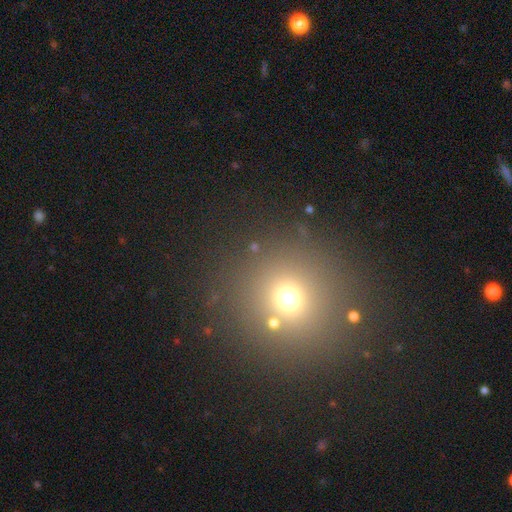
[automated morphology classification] smooth 58%, star or artifact 33%, featured or disk 9%. Down the decision tree: how rounded — round (91%); merging — none (83%).